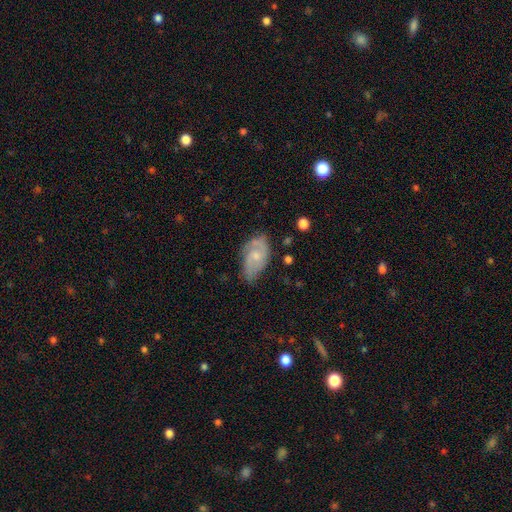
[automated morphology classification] smooth_or_featured: featured or disk (p=0.68) [alt: smooth p=0.25]
disk_edge_on: no (p=0.96) [alt: yes p=0.04]
bar: no (p=0.66) [alt: weak p=0.30]
has_spiral_arms: yes (p=0.90) [alt: no p=0.10]
spiral_winding: medium (p=0.45) [alt: tight p=0.36]
spiral_arm_count: 2 (p=0.68) [alt: can't tell p=0.17]
bulge_size: small (p=0.54) [alt: moderate p=0.36]
merging: none (p=0.60) [alt: minor disturbance p=0.29]